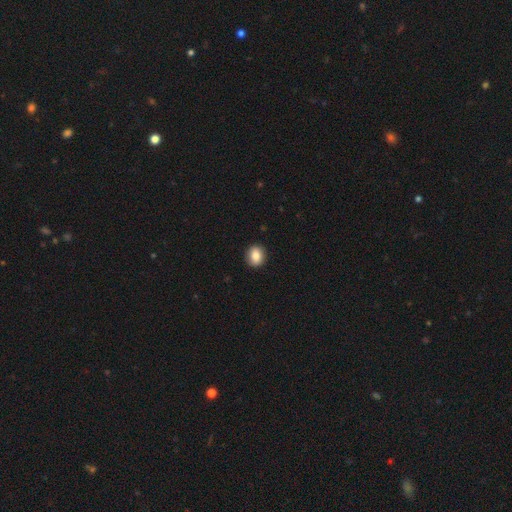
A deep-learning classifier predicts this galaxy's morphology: The model was most divided on "how rounded": round: 70%, in between: 29%, cigar-shaped: 1%. More confident: merging — none (91%); smooth or featured — smooth (83%).